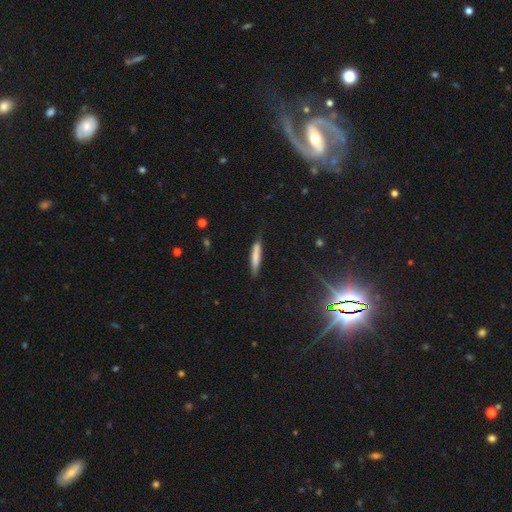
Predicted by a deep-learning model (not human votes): smooth-or-featured: smooth: 72% | featured or disk: 22% | star or artifact: 7%
  how-rounded: cigar-shaped: 91% | in between: 8% | round: 1%
  merging: none: 77% | minor disturbance: 18% | major disturbance: 4% | merger: 2%